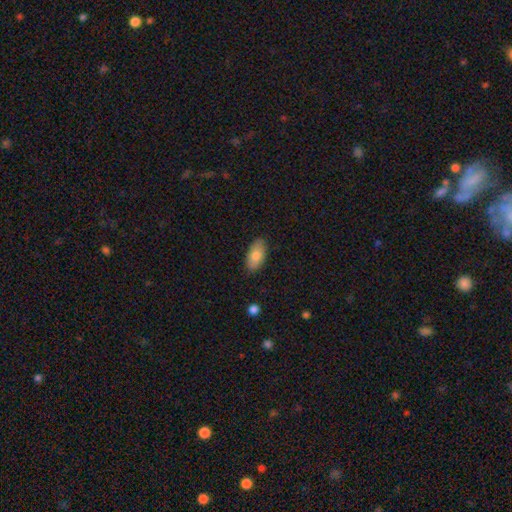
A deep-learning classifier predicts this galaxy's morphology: Smooth or featured? smooth (80%)
How rounded? in between (92%)
Merging? none (83%)